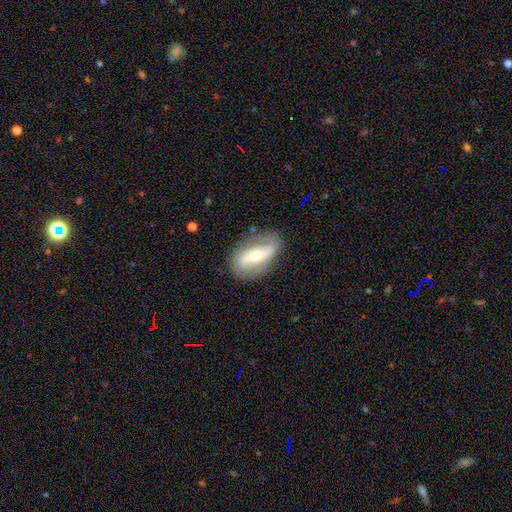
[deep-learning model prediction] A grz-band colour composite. It shows a featured or disk galaxy (69%) with a strong bar (50%), spiral arms (69%) and a moderate central bulge (54%). Merging: none (80%).